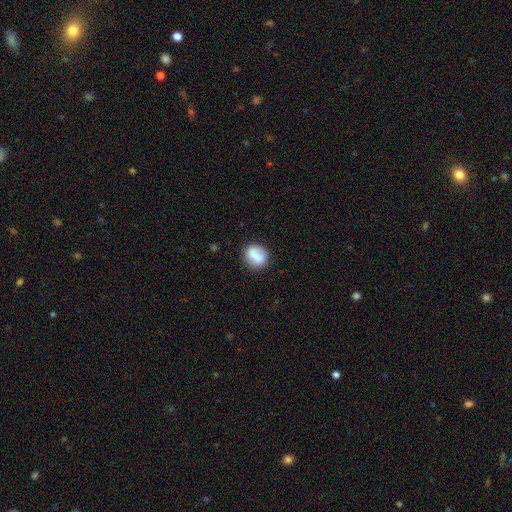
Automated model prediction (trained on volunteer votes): The model was most divided on "how rounded": round: 56%, in between: 40%, cigar-shaped: 4%. More confident: merging — none (77%); smooth or featured — smooth (71%).